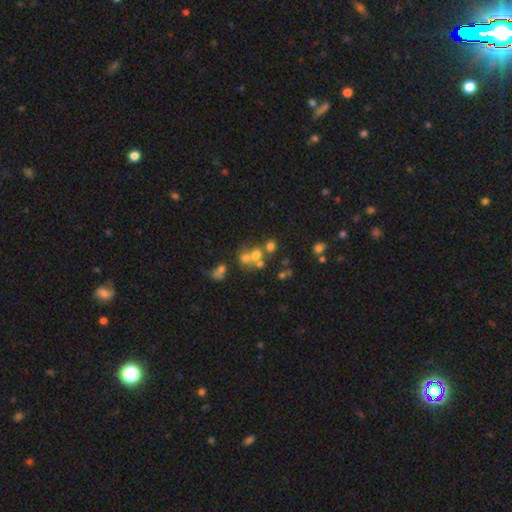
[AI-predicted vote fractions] Smooth or featured? Predicted: smooth (p=0.54). How rounded? Predicted: round (p=0.76). Merging? Predicted: merger (p=0.49).